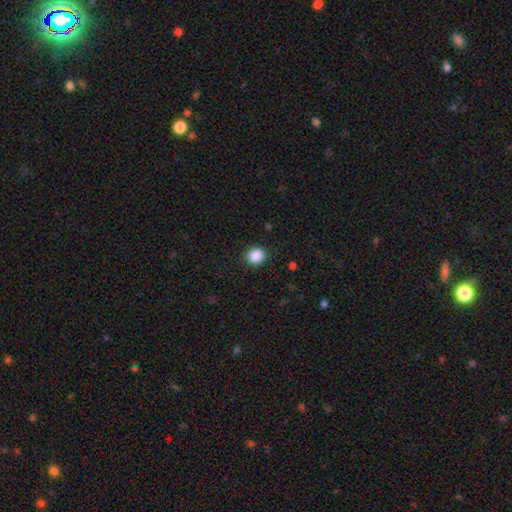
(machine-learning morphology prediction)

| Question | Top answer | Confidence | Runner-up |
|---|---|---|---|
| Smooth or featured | smooth | 87% | star or artifact (10%) |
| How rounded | round | 87% | in between (12%) |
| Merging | none | 88% | minor disturbance (9%) |